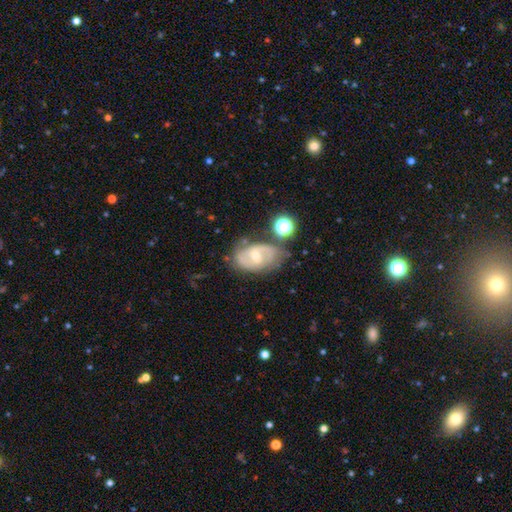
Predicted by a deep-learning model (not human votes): Smooth or featured: featured or disk — 73% (smooth — 19%)
Edge-on disk: no — 96% (yes — 4%)
Bar: weak — 53% (no — 28%)
Spiral arms: yes — 84% (no — 16%)
Spiral winding: medium — 49% (tight — 29%)
Spiral arm count: 2 — 78% (can't tell — 15%)
Bulge size: moderate — 50% (small — 45%)
Merging: none — 62% (minor disturbance — 22%)